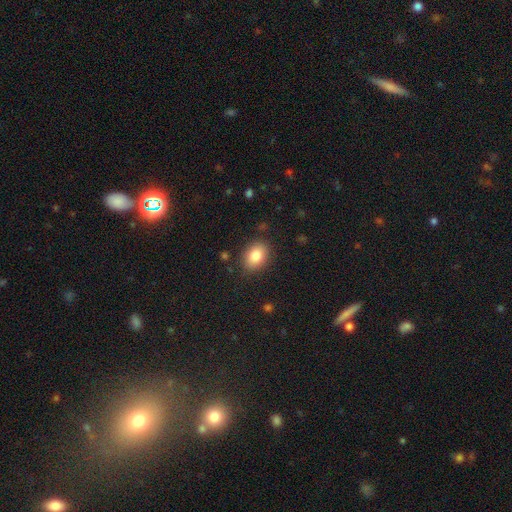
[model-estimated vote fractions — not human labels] Smooth or featured? smooth (83%)
How rounded? in between (72%)
Merging? none (85%)